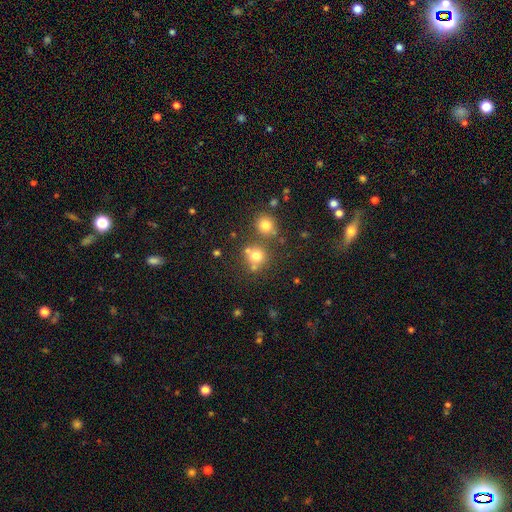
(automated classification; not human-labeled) smooth-or-featured: smooth: 73% | star or artifact: 16% | featured or disk: 11%
  how-rounded: round: 88% | in between: 11% | cigar-shaped: 1%
  merging: none: 60% | merger: 26% | minor disturbance: 10% | major disturbance: 4%